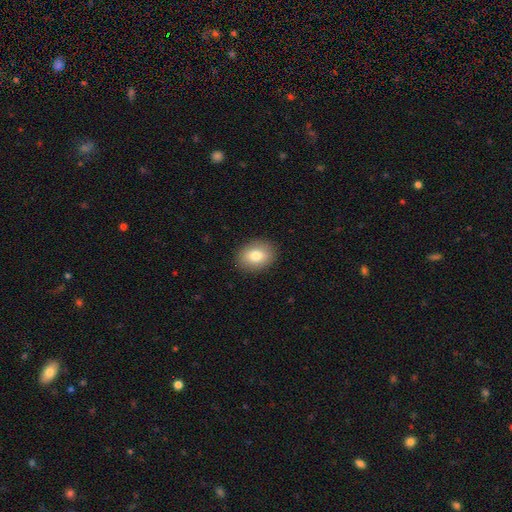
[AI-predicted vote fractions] smooth 79%, featured or disk 13%, star or artifact 8%. Down the decision tree: how rounded — in between (67%); merging — none (89%).